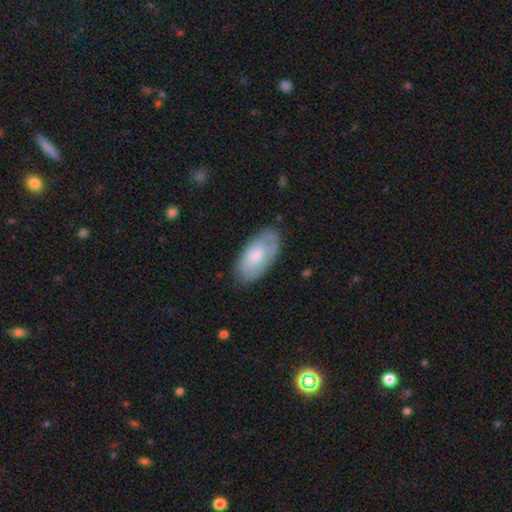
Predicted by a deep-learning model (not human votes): smooth-or-featured: smooth: 63% | featured or disk: 31% | star or artifact: 6%
  how-rounded: in between: 94% | cigar-shaped: 3% | round: 3%
  merging: none: 75% | minor disturbance: 19% | major disturbance: 5% | merger: 1%